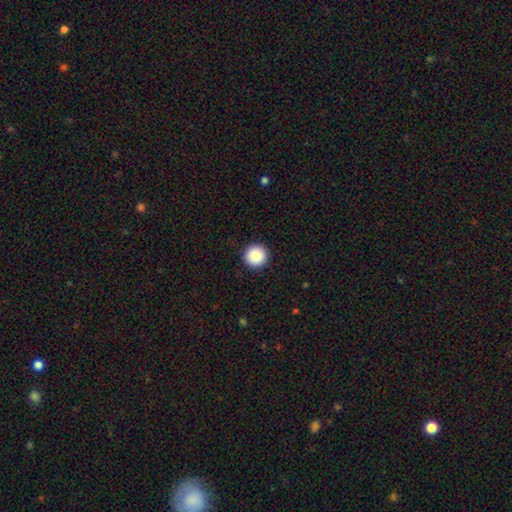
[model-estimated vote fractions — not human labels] Smooth or featured? Predicted: smooth (p=0.87). How rounded? Predicted: round (p=0.96). Merging? Predicted: none (p=0.93).